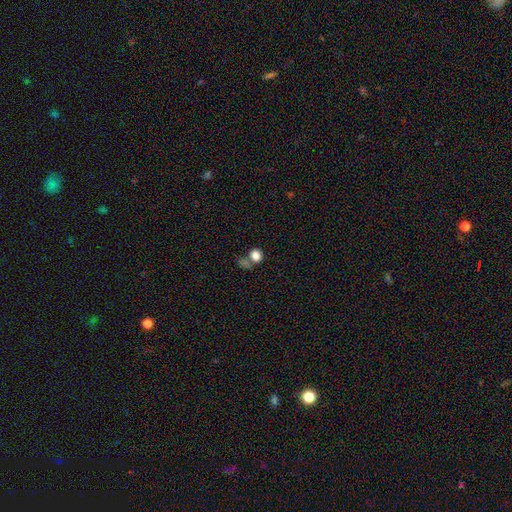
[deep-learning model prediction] Q: Smooth or featured?
A: smooth (80%); runner-up: star or artifact (13%)
Q: How rounded?
A: round (82%); runner-up: in between (16%)
Q: Merging?
A: none (54%); runner-up: merger (26%)